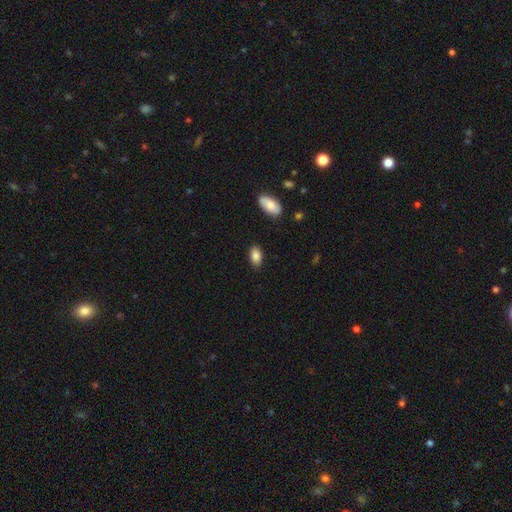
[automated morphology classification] Overall: smooth (87%). How rounded: in between (93%). Merging: none (86%).